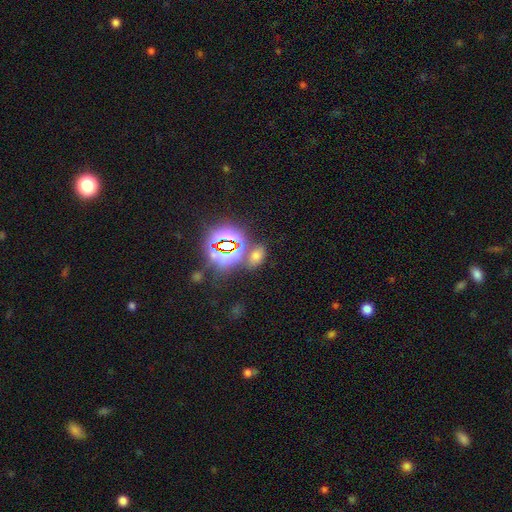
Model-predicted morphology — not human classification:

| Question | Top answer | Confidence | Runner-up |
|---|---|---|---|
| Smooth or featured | smooth | 50% | star or artifact (42%) |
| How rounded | in between | 79% | round (19%) |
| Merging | none | 70% | merger (13%) |